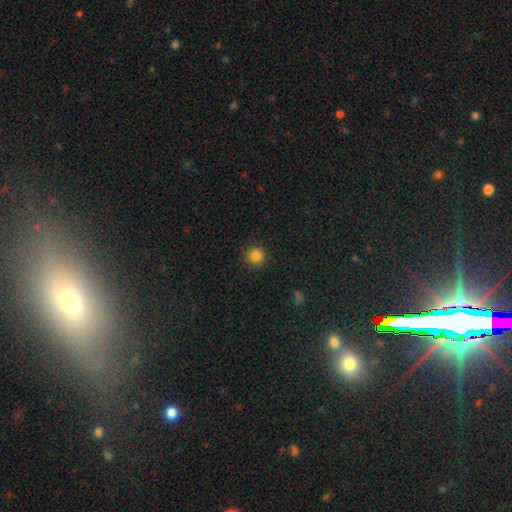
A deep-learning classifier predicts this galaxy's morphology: Smooth or featured: smooth — 84% (star or artifact — 12%)
How rounded: round — 94% (in between — 5%)
Merging: none — 91% (minor disturbance — 6%)